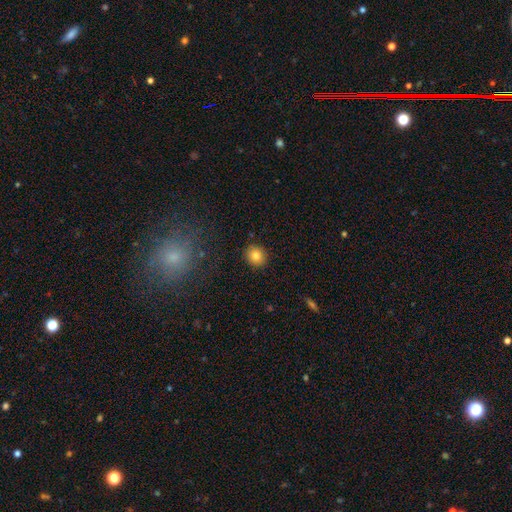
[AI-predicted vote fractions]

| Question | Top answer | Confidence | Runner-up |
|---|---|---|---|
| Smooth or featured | smooth | 82% | star or artifact (10%) |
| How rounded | round | 79% | in between (20%) |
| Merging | none | 90% | minor disturbance (7%) |